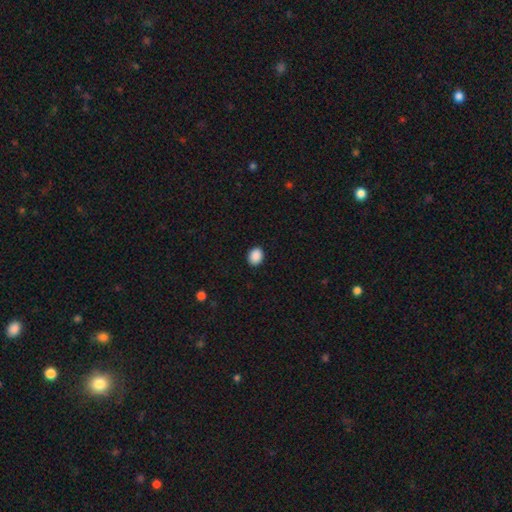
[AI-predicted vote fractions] This is clearly a smooth galaxy (90%). How rounded: possibly round (53%). Merging: clearly none (91%).